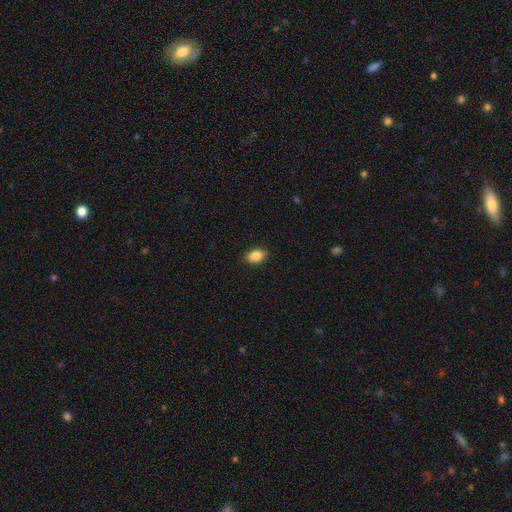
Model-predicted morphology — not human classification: type=smooth (86%); roundness=in between (82%); merging=none (88%).